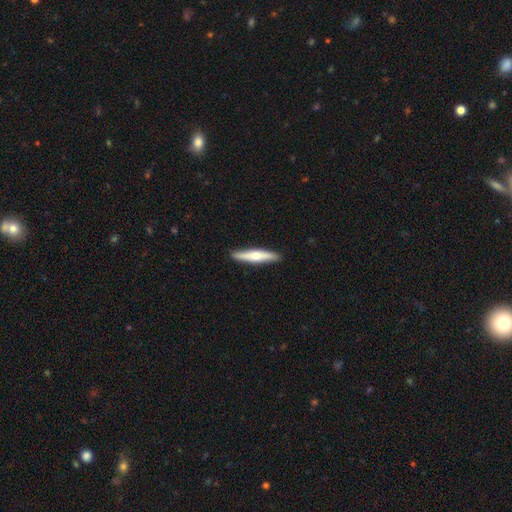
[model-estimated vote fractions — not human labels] Smooth or featured: featured or disk — 52% (smooth — 43%)
Edge-on disk: yes — 93% (no — 7%)
Merging: none — 91% (minor disturbance — 7%)